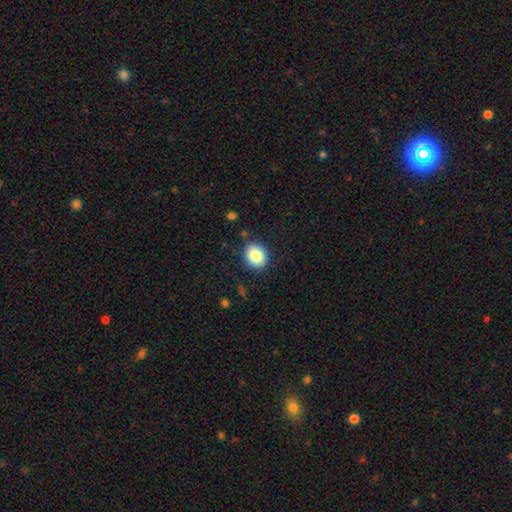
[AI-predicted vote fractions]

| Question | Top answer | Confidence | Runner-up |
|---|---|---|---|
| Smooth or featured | smooth | 83% | star or artifact (9%) |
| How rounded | round | 57% | in between (42%) |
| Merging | none | 87% | minor disturbance (9%) |